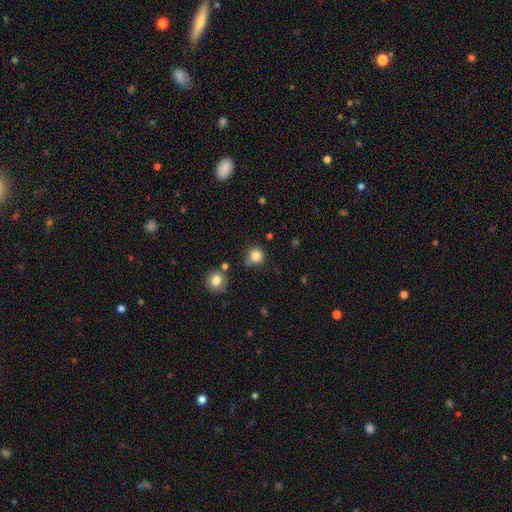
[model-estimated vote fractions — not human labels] Overall: smooth (84%). How rounded: round (93%). Merging: none (79%).